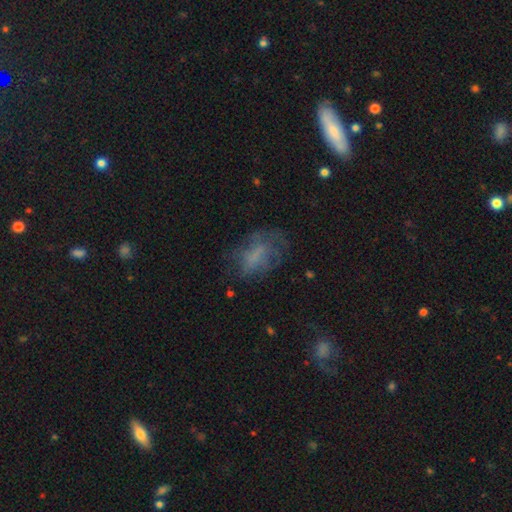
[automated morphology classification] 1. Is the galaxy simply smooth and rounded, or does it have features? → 49% smooth, 35% featured or disk, 15% star or artifact.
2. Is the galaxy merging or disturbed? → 48% none, 26% major disturbance, 23% minor disturbance, 3% merger.